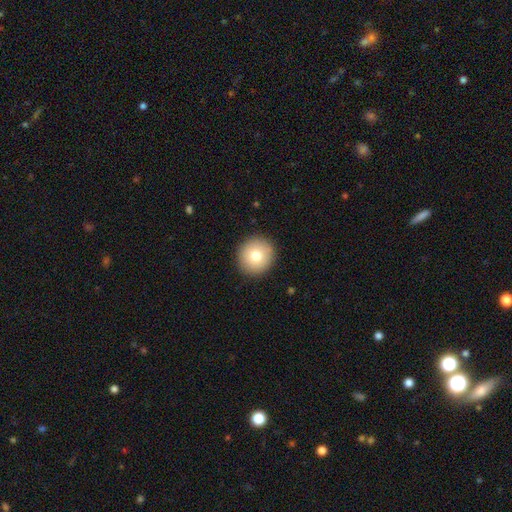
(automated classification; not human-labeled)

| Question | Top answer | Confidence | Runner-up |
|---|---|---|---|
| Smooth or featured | smooth | 77% | featured or disk (13%) |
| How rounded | round | 93% | in between (6%) |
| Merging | none | 92% | minor disturbance (5%) |